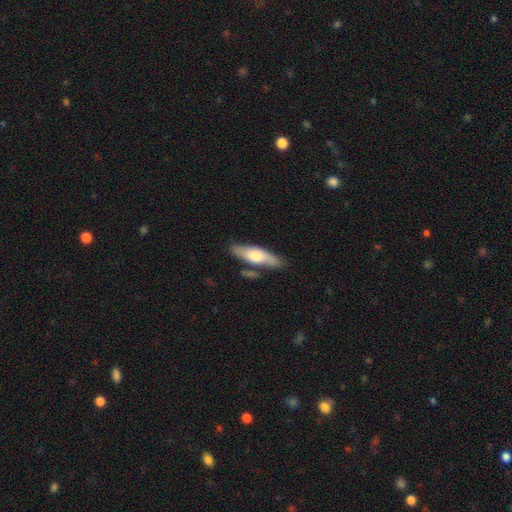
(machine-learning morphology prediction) Smooth or featured? smooth (55%)
How rounded? cigar-shaped (52%)
Merging? none (73%)